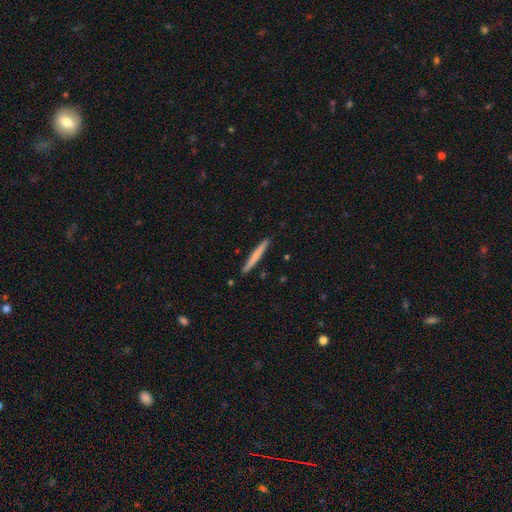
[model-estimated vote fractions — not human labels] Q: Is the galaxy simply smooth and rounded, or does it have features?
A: smooth — 61%.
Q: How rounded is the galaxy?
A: cigar-shaped — 97%.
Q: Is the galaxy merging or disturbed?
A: none — 91%.